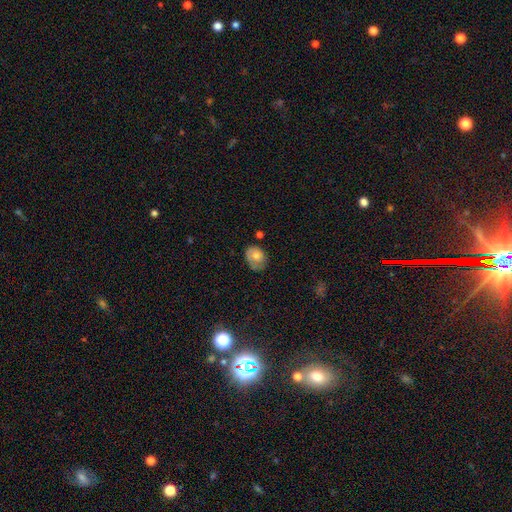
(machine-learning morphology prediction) smooth 70%, featured or disk 22%, star or artifact 8%. Down the decision tree: how rounded — in between (56%); merging — none (55%).